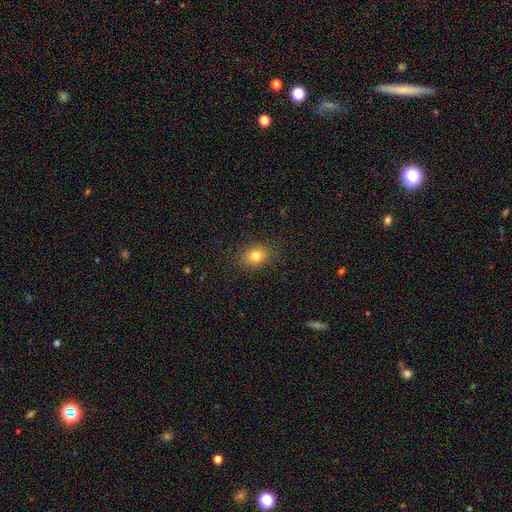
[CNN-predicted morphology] Smooth or featured? Predicted: smooth (p=0.81). How rounded? Predicted: in between (p=0.59). Merging? Predicted: none (p=0.87).